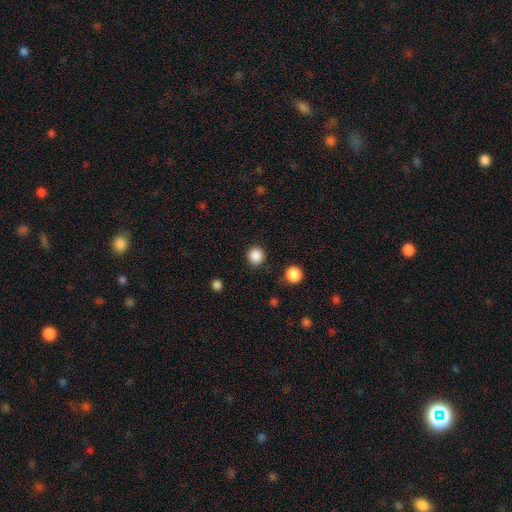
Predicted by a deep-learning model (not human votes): smooth-or-featured: smooth: 87% | star or artifact: 11% | featured or disk: 3%
  how-rounded: round: 93% | in between: 6% | cigar-shaped: 1%
  merging: none: 91% | minor disturbance: 5% | major disturbance: 2% | merger: 1%